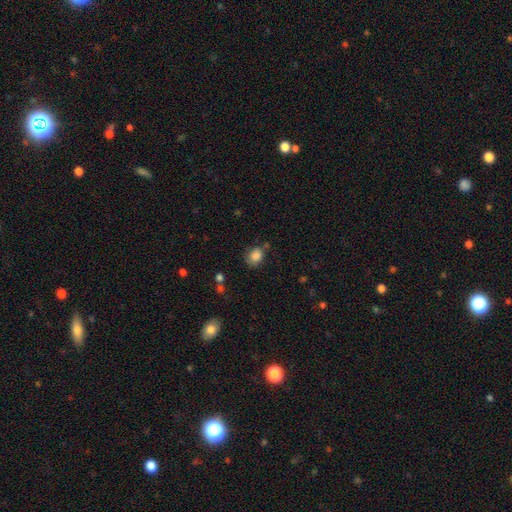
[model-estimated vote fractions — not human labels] Smooth or featured? Predicted: smooth (p=0.85). How rounded? Predicted: round (p=0.62). Merging? Predicted: none (p=0.65).